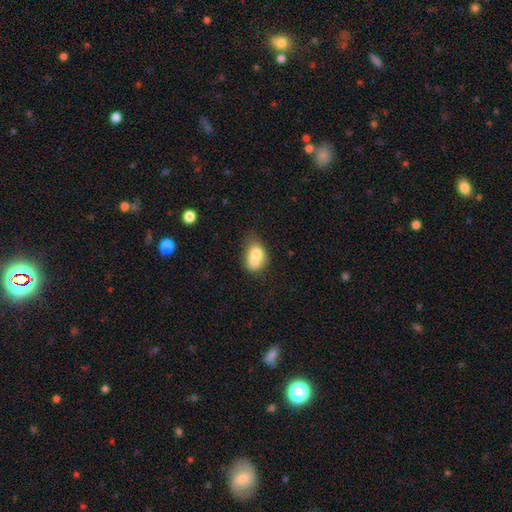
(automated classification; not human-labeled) A smooth galaxy with no disk features (72%) that is in between round and cigar-shaped (68%).

Vote fractions:
- Smooth or featured? smooth: 72% / featured or disk: 19% / star or artifact: 9%
- How rounded? in between: 68% / round: 30% / cigar-shaped: 2%
- Merging? merger: 46% / none: 28% / minor disturbance: 18% / major disturbance: 8%